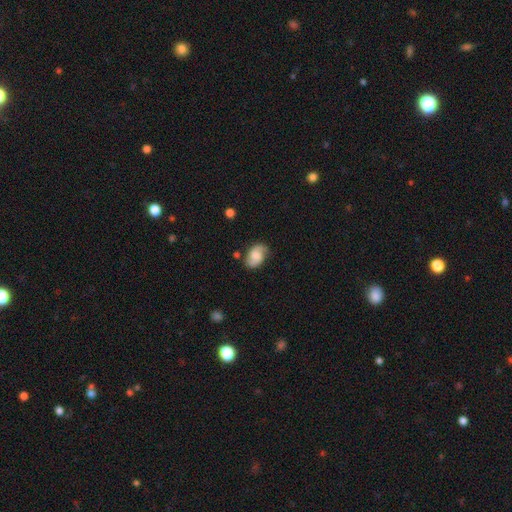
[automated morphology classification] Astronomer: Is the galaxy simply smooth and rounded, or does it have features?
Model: featured or disk — 59%.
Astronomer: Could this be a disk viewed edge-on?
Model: no — 97%.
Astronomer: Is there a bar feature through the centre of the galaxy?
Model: no — 56% (runner-up: weak, 37%).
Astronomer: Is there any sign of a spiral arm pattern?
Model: yes — 92%.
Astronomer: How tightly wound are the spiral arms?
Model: medium — 45% (runner-up: loose, 34%).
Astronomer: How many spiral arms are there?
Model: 2 — 88%.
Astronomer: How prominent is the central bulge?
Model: moderate — 32% (runner-up: none, 25%).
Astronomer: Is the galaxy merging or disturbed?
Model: none — 72%.